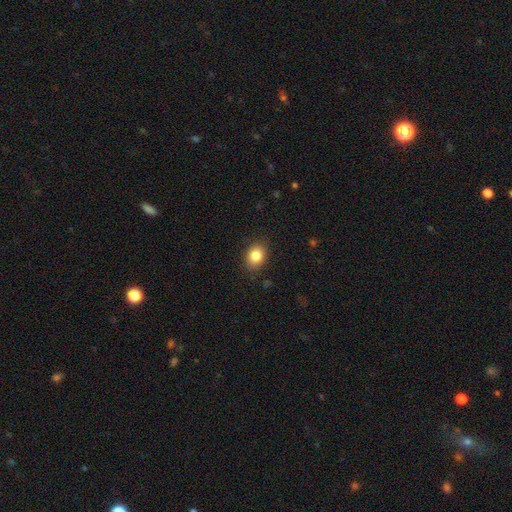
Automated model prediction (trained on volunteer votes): A smooth galaxy with no disk features (84%) that is in between round and cigar-shaped (61%).

Vote fractions:
- Smooth or featured? smooth: 84% / star or artifact: 9% / featured or disk: 7%
- How rounded? in between: 61% / round: 38% / cigar-shaped: 1%
- Merging? none: 86% / minor disturbance: 10% / major disturbance: 3% / merger: 1%